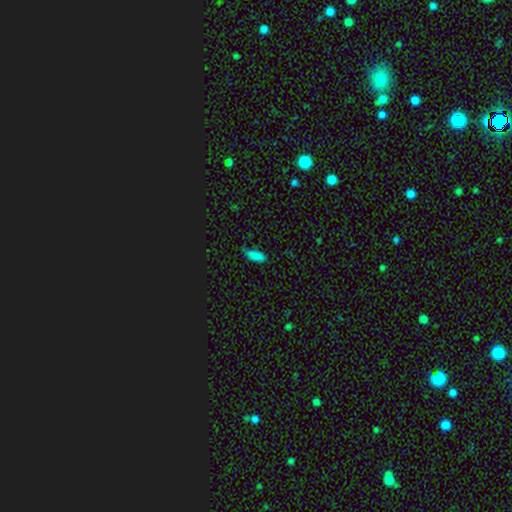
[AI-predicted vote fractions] The model was most divided on "merging": none: 64%, minor disturbance: 26%, major disturbance: 7%, merger: 4%. More confident: smooth or featured — smooth (76%); how rounded — in between (72%).